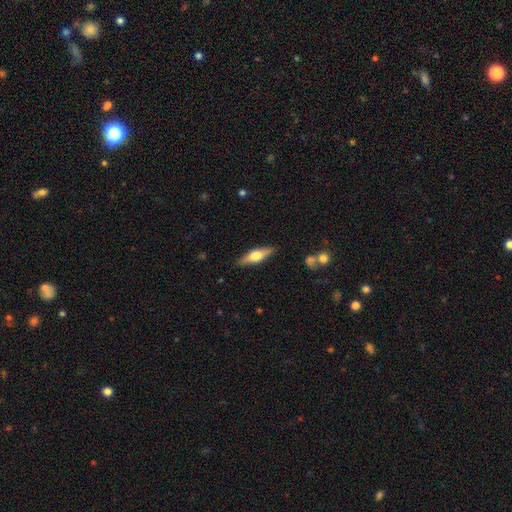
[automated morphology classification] smooth-or-featured: featured or disk: 48% | smooth: 46% | star or artifact: 6%
  merging: none: 87% | minor disturbance: 10% | major disturbance: 2% | merger: 1%